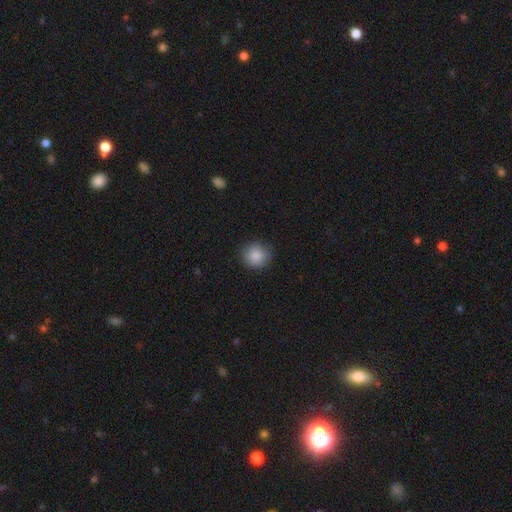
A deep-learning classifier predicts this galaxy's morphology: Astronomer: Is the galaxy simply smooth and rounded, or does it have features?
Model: smooth — 88%.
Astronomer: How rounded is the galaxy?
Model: round — 93%.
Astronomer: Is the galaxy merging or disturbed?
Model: none — 88%.